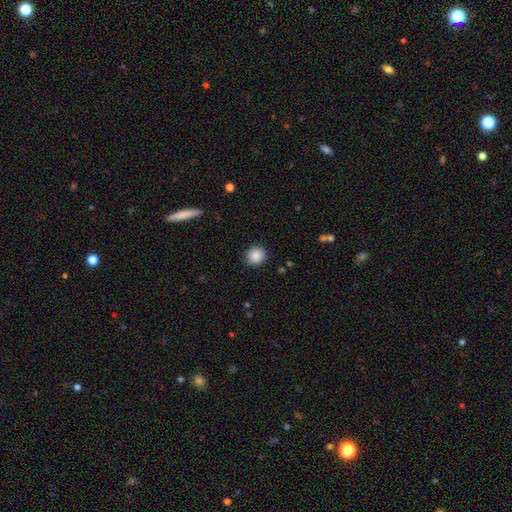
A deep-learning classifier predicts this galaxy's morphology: smooth_or_featured: smooth (p=0.88) [alt: star or artifact p=0.09]
how_rounded: round (p=0.86) [alt: in between p=0.13]
merging: none (p=0.88) [alt: minor disturbance p=0.08]